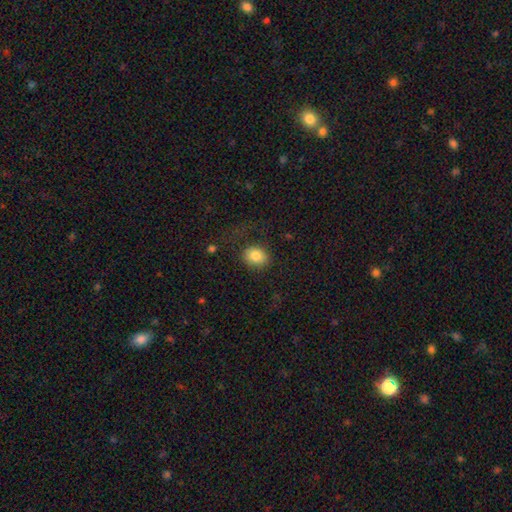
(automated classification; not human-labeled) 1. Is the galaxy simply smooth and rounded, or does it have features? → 83% smooth, 9% star or artifact, 8% featured or disk.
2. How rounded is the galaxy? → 54% round, 45% in between, 1% cigar-shaped.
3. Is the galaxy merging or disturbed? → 74% none, 14% minor disturbance, 11% major disturbance, 2% merger.